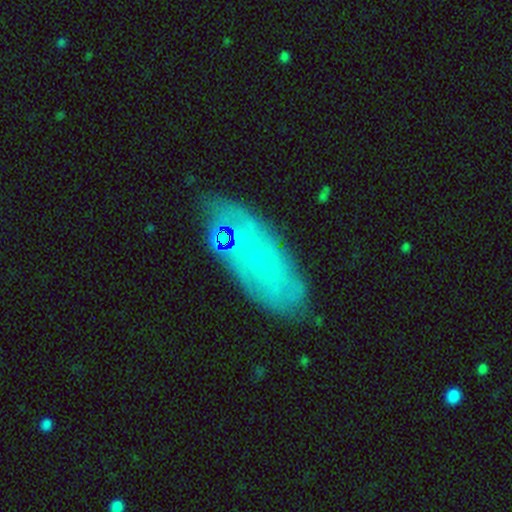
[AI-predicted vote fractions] smooth_or_featured: featured or disk (p=0.50) [alt: smooth p=0.42]
merging: none (p=0.73) [alt: minor disturbance p=0.18]